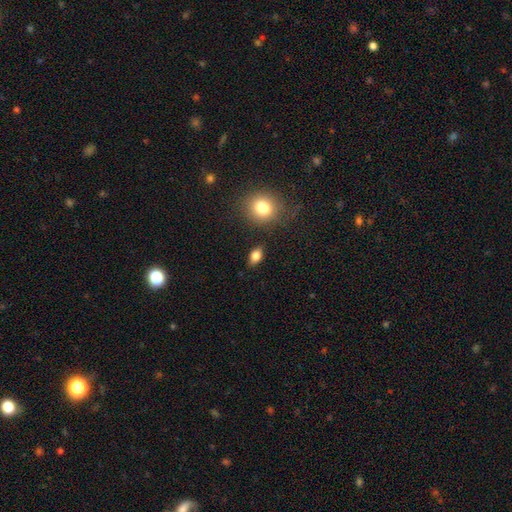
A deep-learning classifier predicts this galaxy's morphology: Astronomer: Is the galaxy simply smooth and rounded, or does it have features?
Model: smooth — 81%.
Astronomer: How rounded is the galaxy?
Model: in between — 83%.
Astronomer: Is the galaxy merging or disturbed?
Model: none — 84%.